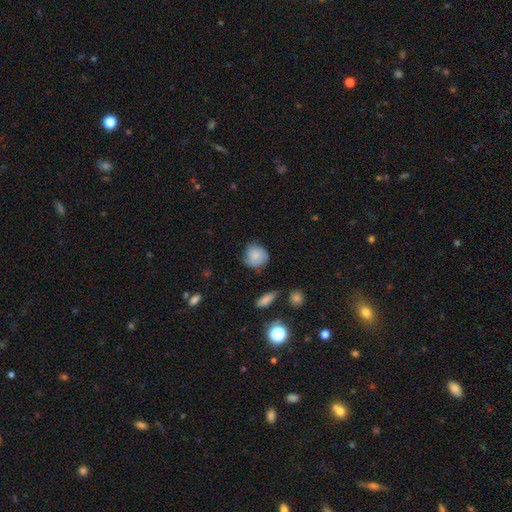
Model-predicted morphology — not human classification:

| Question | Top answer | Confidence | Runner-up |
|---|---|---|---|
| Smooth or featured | smooth | 71% | featured or disk (21%) |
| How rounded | round | 82% | in between (17%) |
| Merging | none | 70% | minor disturbance (23%) |